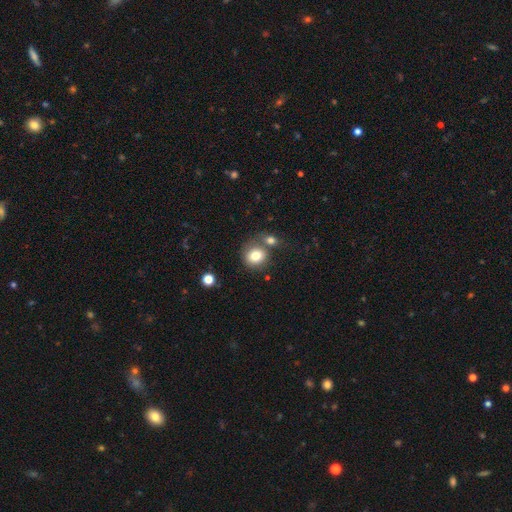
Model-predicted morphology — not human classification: Smooth or featured: smooth — 80% (featured or disk — 10%)
How rounded: round — 79% (in between — 20%)
Merging: none — 56% (merger — 27%)